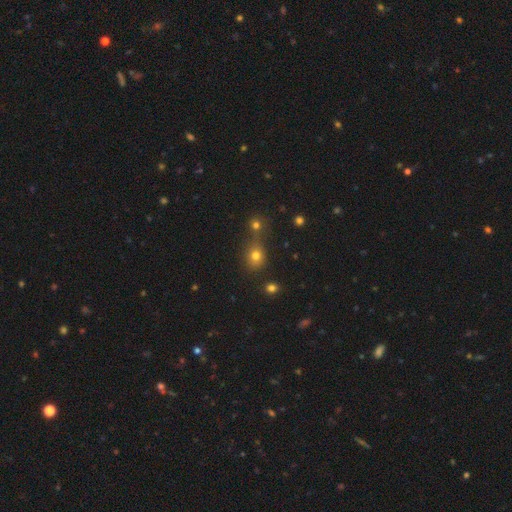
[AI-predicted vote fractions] This is likely a smooth galaxy (74%). How rounded: likely round (70%). Merging: possibly none (54%).